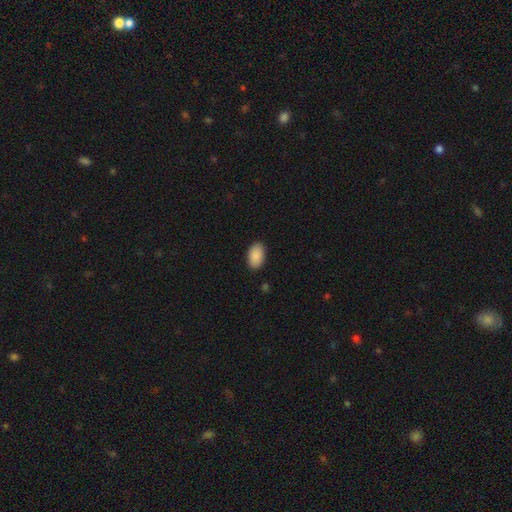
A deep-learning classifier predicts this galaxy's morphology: This appears to be a smooth galaxy with no disk features (91%) that is in between round and cigar-shaped (94%). Merging: none (88%).